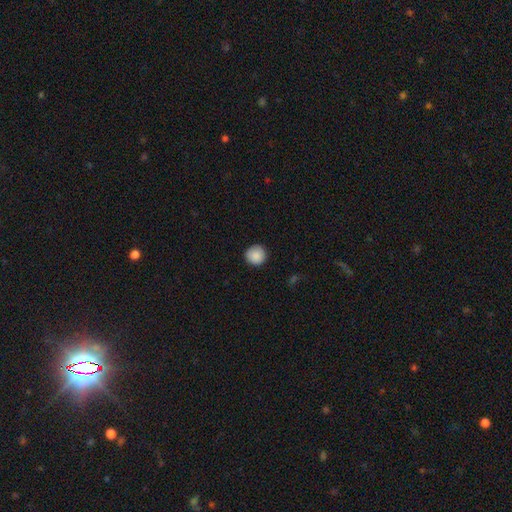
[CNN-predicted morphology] This appears to be a smooth galaxy with no disk features (89%) that is round (94%). Merging: none (90%).